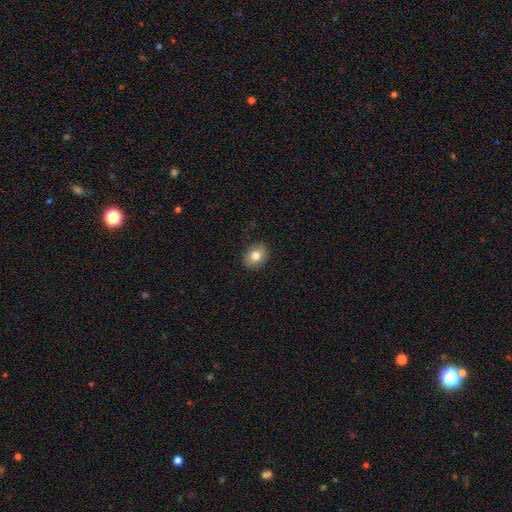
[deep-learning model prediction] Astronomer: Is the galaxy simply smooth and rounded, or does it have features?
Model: smooth — 81%.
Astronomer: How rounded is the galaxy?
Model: in between — 55% (runner-up: round, 44%).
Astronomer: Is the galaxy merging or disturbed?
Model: none — 89%.